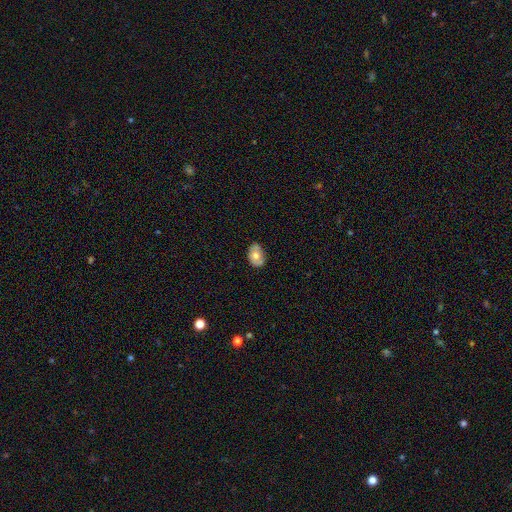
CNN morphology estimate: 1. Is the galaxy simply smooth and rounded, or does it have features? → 63% smooth, 29% featured or disk, 8% star or artifact.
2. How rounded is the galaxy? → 79% in between, 20% round, 1% cigar-shaped.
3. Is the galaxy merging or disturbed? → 71% none, 23% minor disturbance, 4% major disturbance, 2% merger.